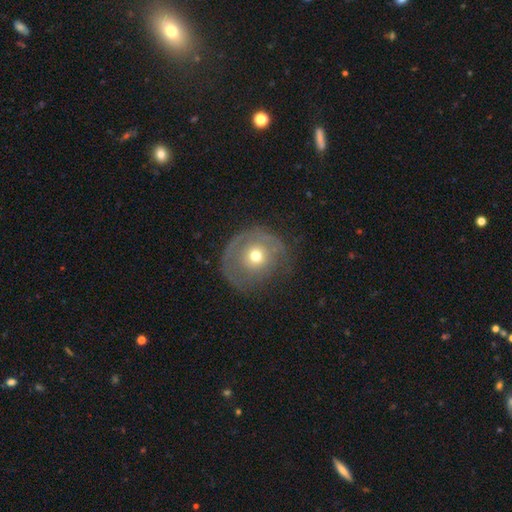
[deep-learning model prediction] A smooth galaxy with no disk features (46%).

Vote fractions:
- Smooth or featured? smooth: 46% / featured or disk: 45% / star or artifact: 9%
- Merging? none: 58% / minor disturbance: 22% / major disturbance: 18% / merger: 2%